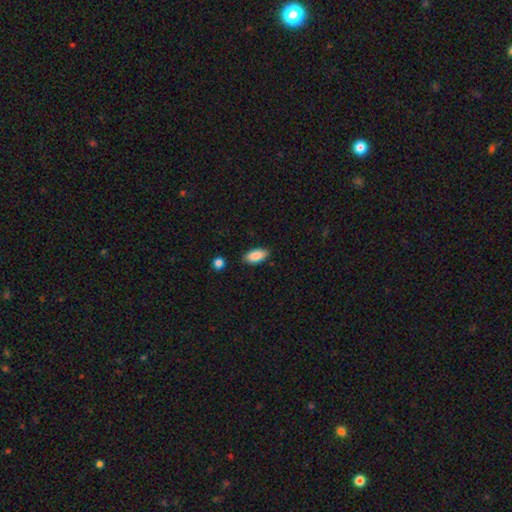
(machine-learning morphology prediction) Smooth or featured: smooth — 88% (star or artifact — 7%)
How rounded: in between — 92% (cigar-shaped — 6%)
Merging: none — 84% (minor disturbance — 12%)